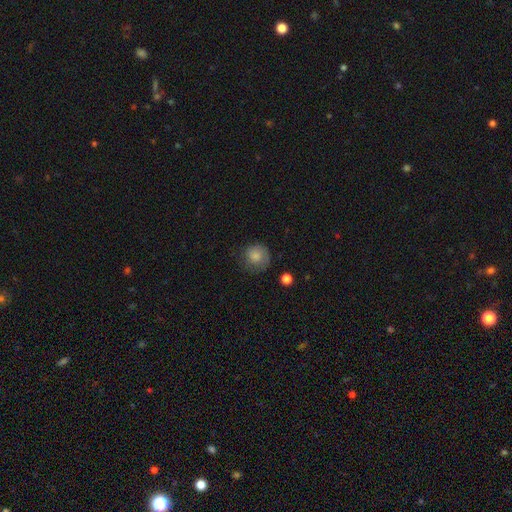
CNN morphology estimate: type=smooth (80%); roundness=round (88%); merging=none (65%).